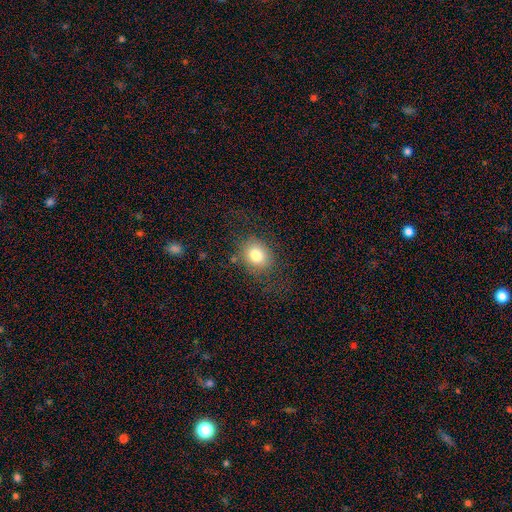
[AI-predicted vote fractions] A smooth galaxy with no disk features (78%) that is round (61%). Merging: none (76%).